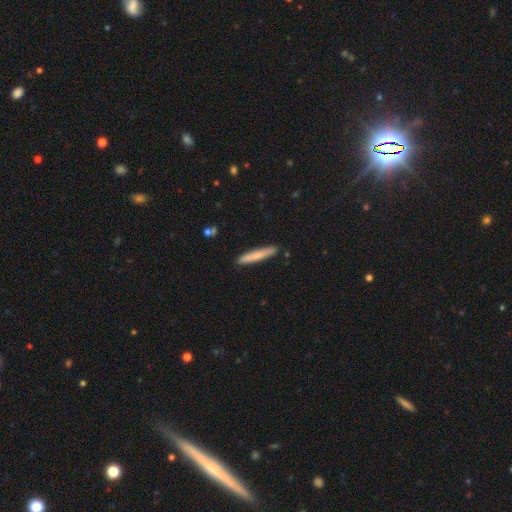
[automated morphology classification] A smooth galaxy with no disk features (78%) that is cigar-shaped (94%).

Vote fractions:
- Smooth or featured? smooth: 78% / featured or disk: 16% / star or artifact: 6%
- How rounded? cigar-shaped: 94% / in between: 5% / round: 1%
- Merging? none: 89% / minor disturbance: 8% / merger: 2% / major disturbance: 1%